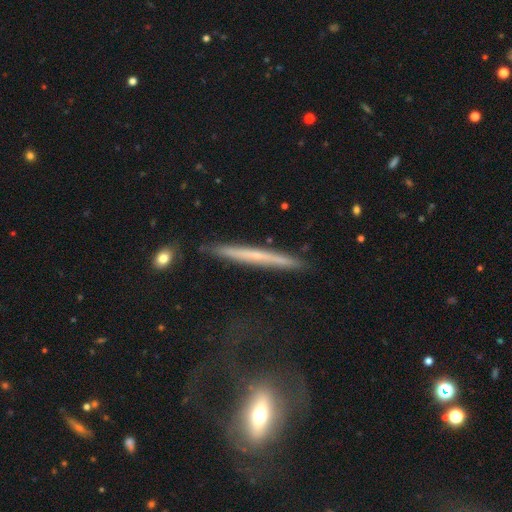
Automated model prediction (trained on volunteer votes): This appears to be a featured or disk galaxy (57%) viewed edge-on (95%) with no central bulge (79%). Merging: none (85%).